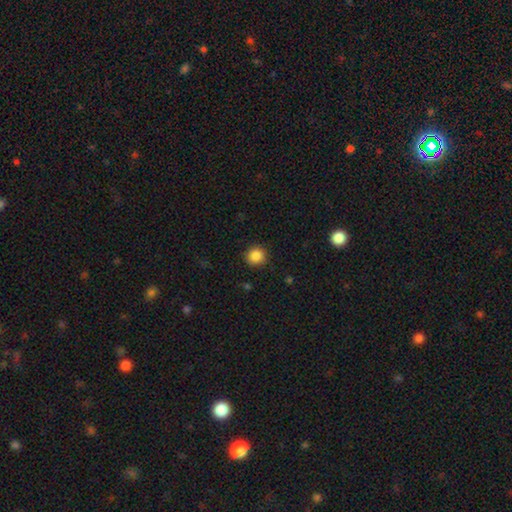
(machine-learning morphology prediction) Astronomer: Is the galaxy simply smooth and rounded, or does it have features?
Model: smooth — 87%.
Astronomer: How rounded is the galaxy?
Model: round — 92%.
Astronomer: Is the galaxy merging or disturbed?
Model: none — 89%.